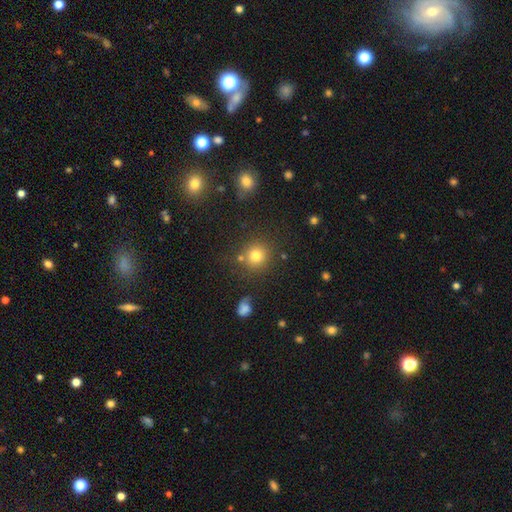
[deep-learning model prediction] This is likely a smooth galaxy (79%). How rounded: clearly round (90%). Merging: likely none (79%).